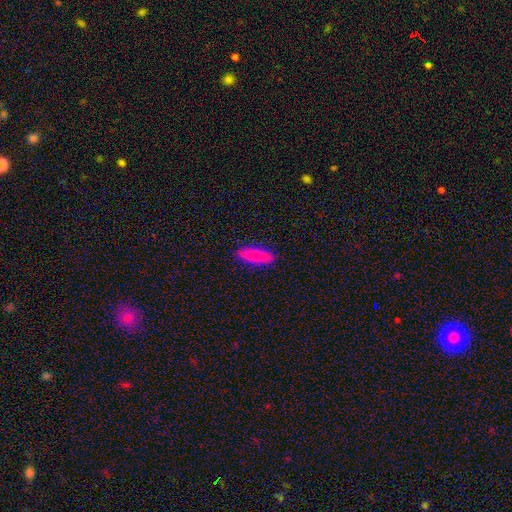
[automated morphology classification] Smooth or featured?
  - smooth: 88% *
  - star or artifact: 6%
  - featured or disk: 6%
How rounded?
  - in between: 55% *
  - cigar-shaped: 43%
  - round: 2%
Merging?
  - none: 89% *
  - minor disturbance: 8%
  - major disturbance: 2%
  - merger: 1%